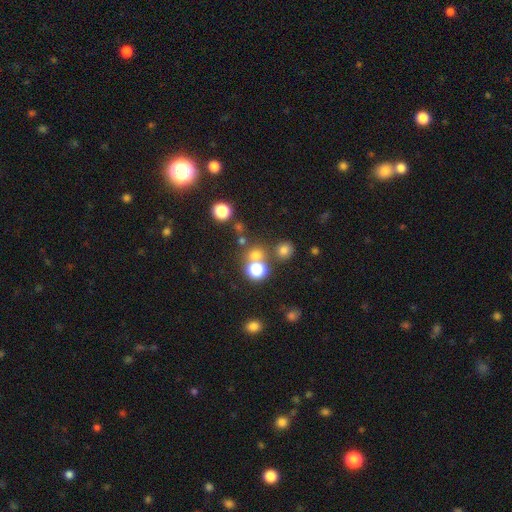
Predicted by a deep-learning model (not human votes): Overall: smooth (64%; star or artifact 27%). How rounded: round (84%). Merging: none (63%; merger 25%).